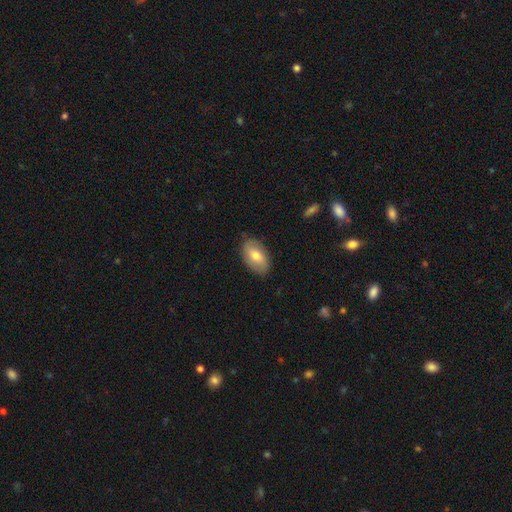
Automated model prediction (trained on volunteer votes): Overall: smooth (64%; featured or disk 29%). How rounded: in between (92%). Merging: none (83%).